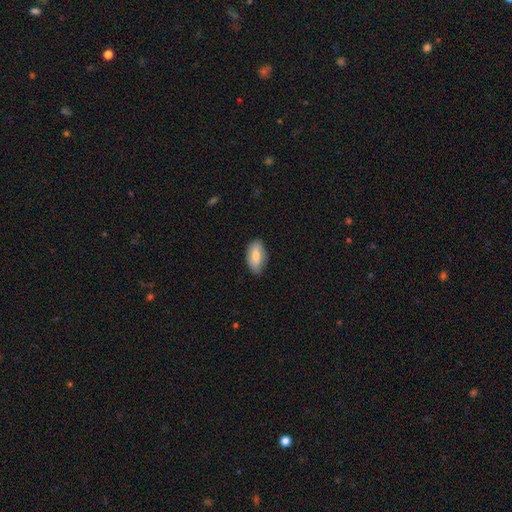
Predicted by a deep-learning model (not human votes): smooth 68%, featured or disk 26%, star or artifact 6%. Down the decision tree: how rounded — in between (92%); merging — none (80%).